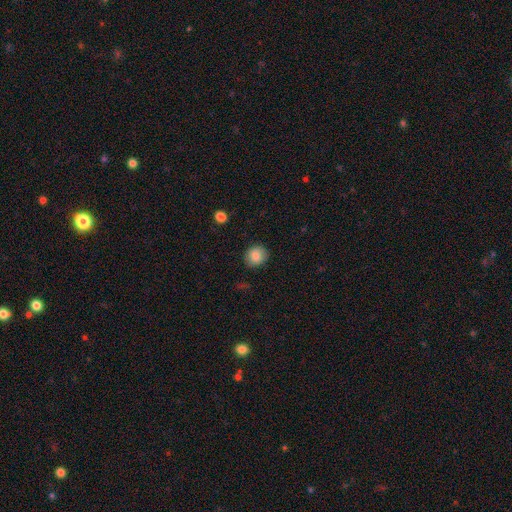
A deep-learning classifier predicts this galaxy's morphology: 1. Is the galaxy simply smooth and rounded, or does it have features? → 86% smooth, 9% star or artifact, 6% featured or disk.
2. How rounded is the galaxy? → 79% round, 21% in between, 1% cigar-shaped.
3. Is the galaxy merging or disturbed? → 87% none, 10% minor disturbance, 3% major disturbance, 1% merger.